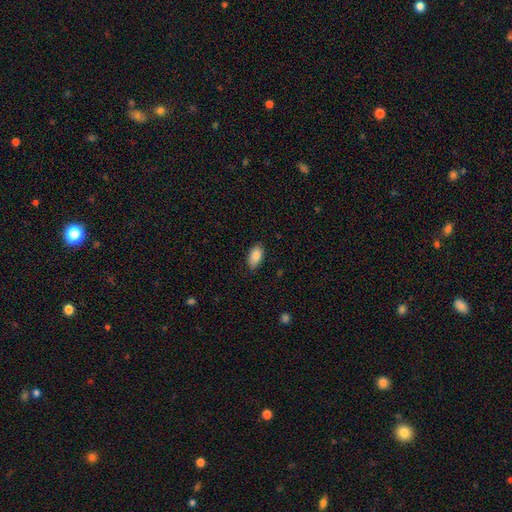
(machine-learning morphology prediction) Smooth or featured? smooth (86%)
How rounded? in between (93%)
Merging? none (84%)